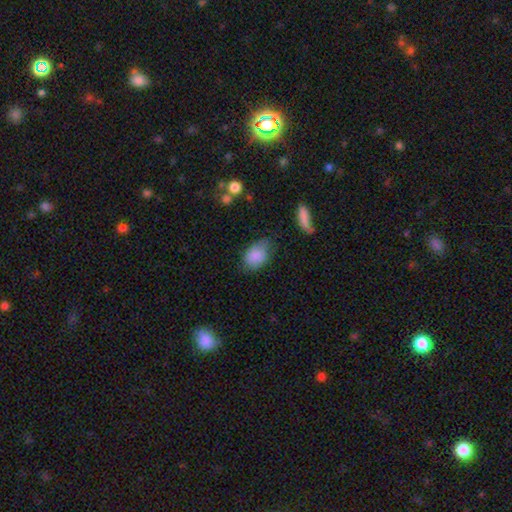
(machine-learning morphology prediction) A smooth galaxy with no disk features (85%) that is in between round and cigar-shaped (80%).

Vote fractions:
- Smooth or featured? smooth: 85% / star or artifact: 8% / featured or disk: 7%
- How rounded? in between: 80% / round: 18% / cigar-shaped: 1%
- Merging? none: 61% / minor disturbance: 28% / major disturbance: 8% / merger: 3%